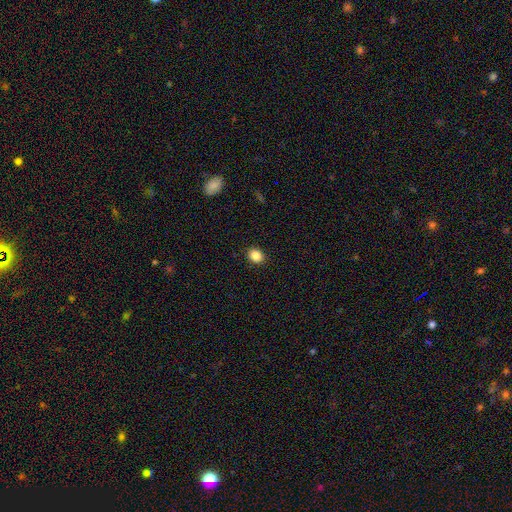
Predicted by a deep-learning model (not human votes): This is clearly a smooth galaxy (86%). How rounded: likely round (62%). Merging: clearly none (91%).